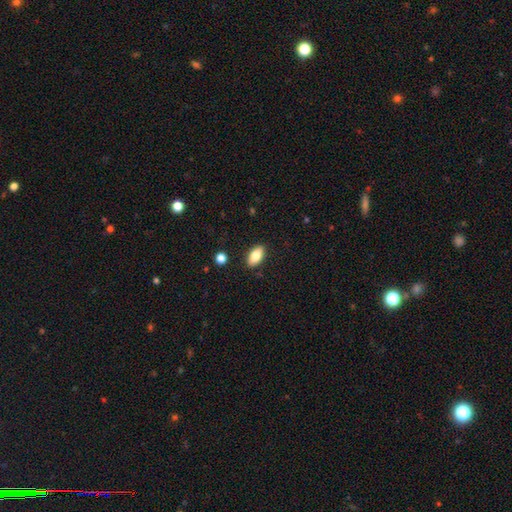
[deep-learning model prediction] A smooth galaxy with no disk features (80%) that is in between round and cigar-shaped (90%). Merging: none (88%).